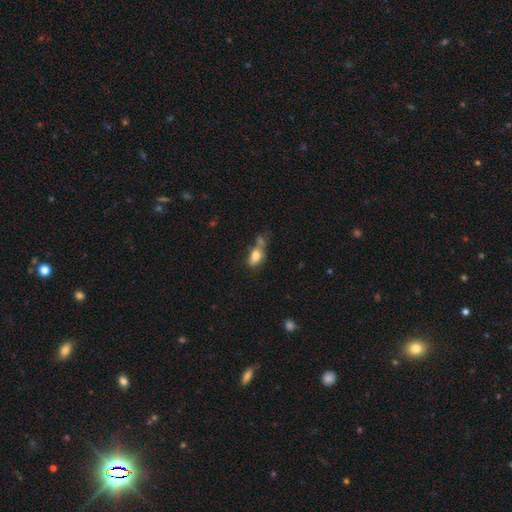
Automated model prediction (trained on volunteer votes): A smooth galaxy with no disk features (78%) that is in between round and cigar-shaped (81%). Merging: none (33%, tied with merger).